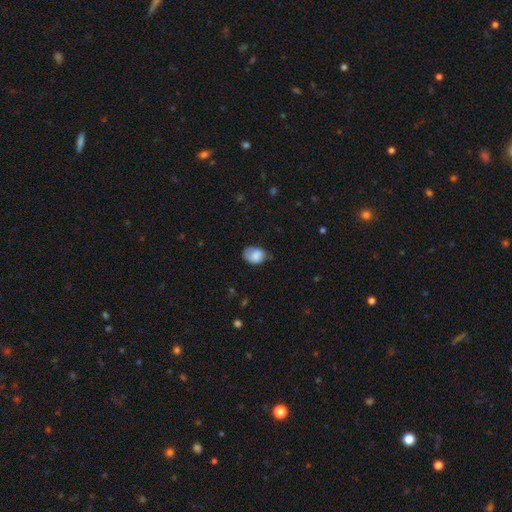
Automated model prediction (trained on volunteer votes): Smooth or featured? smooth (80%)
How rounded? in between (66%)
Merging? none (52%)